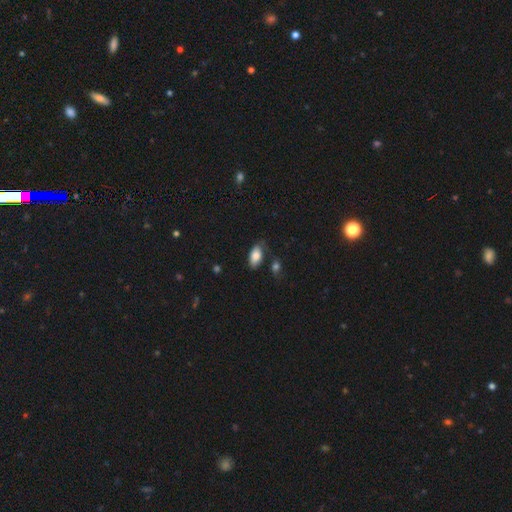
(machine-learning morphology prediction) Smooth or featured?
  - smooth: 84% *
  - featured or disk: 9%
  - star or artifact: 7%
How rounded?
  - in between: 93% *
  - cigar-shaped: 4%
  - round: 3%
Merging?
  - none: 60% *
  - minor disturbance: 24%
  - major disturbance: 8%
  - merger: 8%